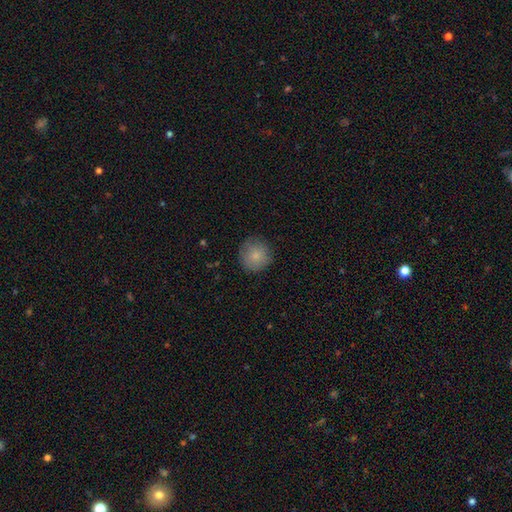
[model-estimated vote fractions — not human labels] Smooth or featured? smooth (82%)
How rounded? round (93%)
Merging? none (83%)